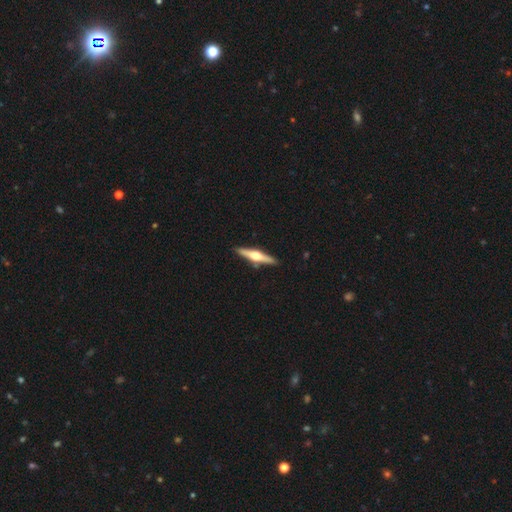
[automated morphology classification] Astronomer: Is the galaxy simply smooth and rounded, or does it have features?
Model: featured or disk — 71%.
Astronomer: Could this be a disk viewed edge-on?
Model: yes — 97%.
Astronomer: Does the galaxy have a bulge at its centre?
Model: rounded — 95%.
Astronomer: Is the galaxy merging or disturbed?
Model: none — 90%.